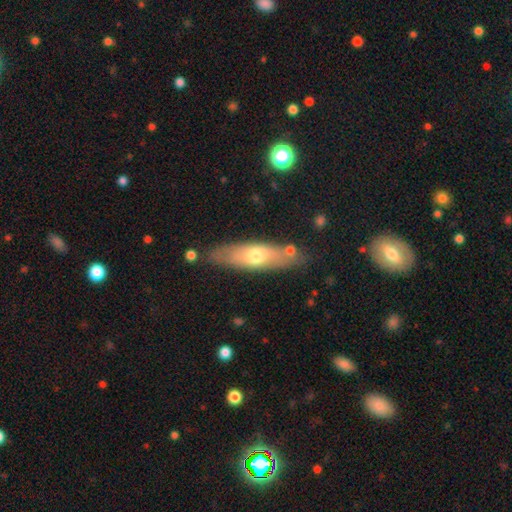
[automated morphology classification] Smooth or featured: smooth — 54% (featured or disk — 40%)
How rounded: cigar-shaped — 52% (in between — 46%)
Merging: none — 80% (minor disturbance — 13%)